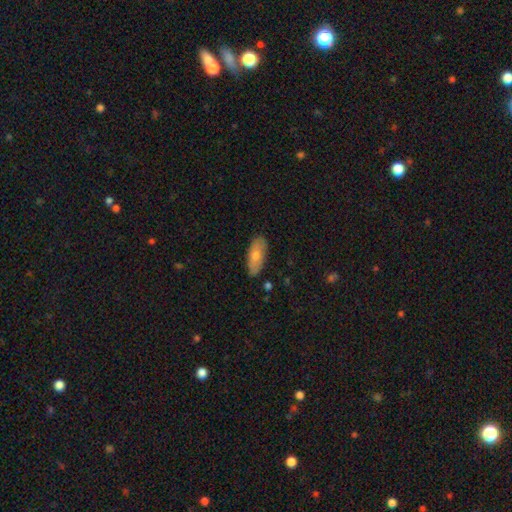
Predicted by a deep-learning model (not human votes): Smooth or featured: smooth — 72% (featured or disk — 22%)
How rounded: in between — 80% (cigar-shaped — 18%)
Merging: none — 80% (minor disturbance — 16%)